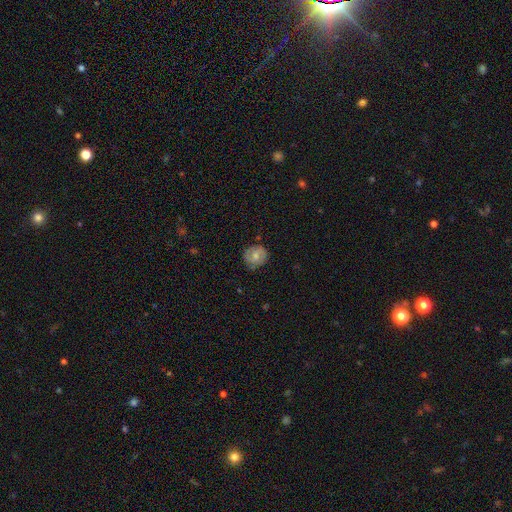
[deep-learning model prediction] Overall: featured or disk (50%; smooth 42%). Edge-on disk: no (97%). Merging: none (77%).